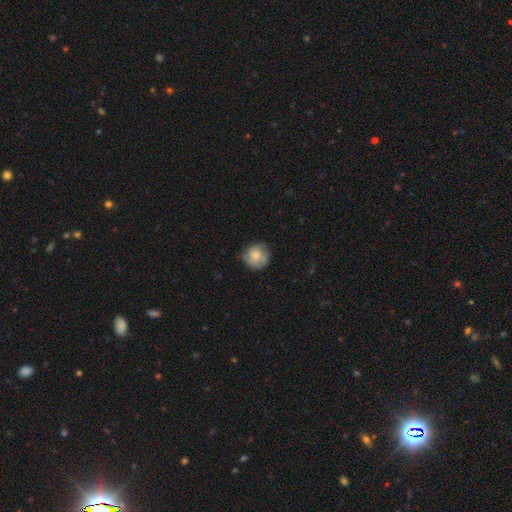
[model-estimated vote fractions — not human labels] Smooth or featured: smooth — 56% (featured or disk — 37%)
How rounded: round — 87% (in between — 12%)
Merging: none — 68% (minor disturbance — 23%)